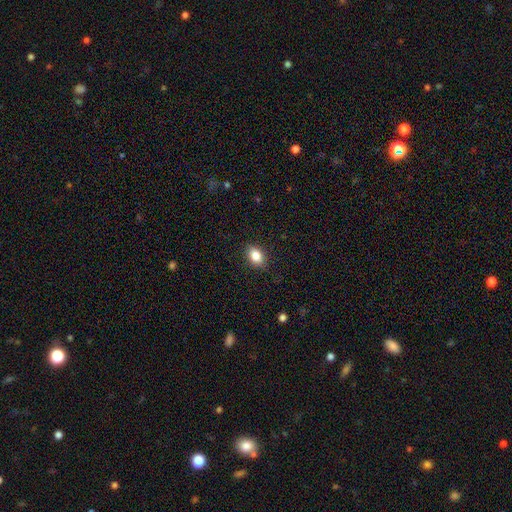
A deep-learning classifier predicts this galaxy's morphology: The model was most divided on "how rounded": in between: 78%, round: 21%, cigar-shaped: 1%. More confident: merging — none (88%); smooth or featured — smooth (85%).